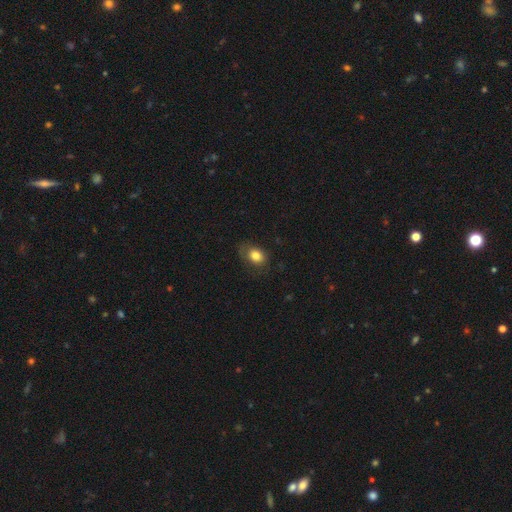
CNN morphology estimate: Smooth or featured? Predicted: smooth (p=0.80). How rounded? Predicted: in between (p=0.70). Merging? Predicted: none (p=0.67).